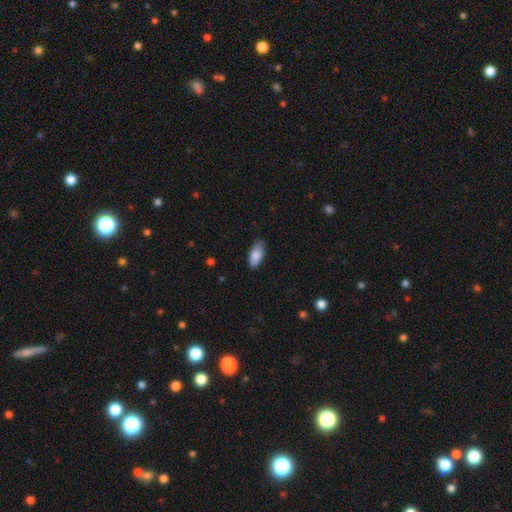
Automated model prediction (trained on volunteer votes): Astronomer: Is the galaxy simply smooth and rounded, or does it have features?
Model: smooth — 85%.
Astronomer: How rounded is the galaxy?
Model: in between — 88%.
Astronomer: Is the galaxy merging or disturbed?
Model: none — 80%.